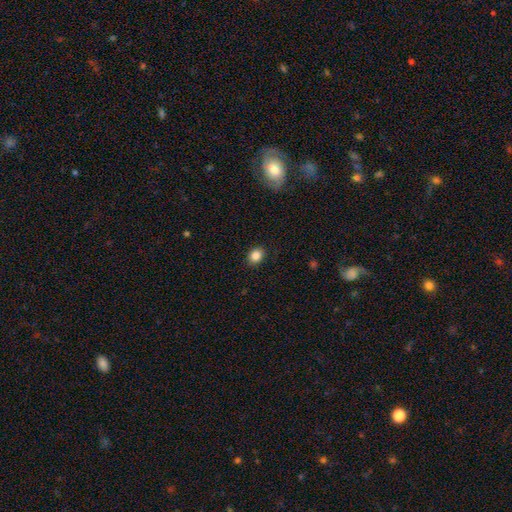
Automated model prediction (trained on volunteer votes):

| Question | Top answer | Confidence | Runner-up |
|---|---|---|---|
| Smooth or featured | smooth | 86% | star or artifact (9%) |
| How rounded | in between | 57% | round (42%) |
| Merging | none | 90% | minor disturbance (7%) |